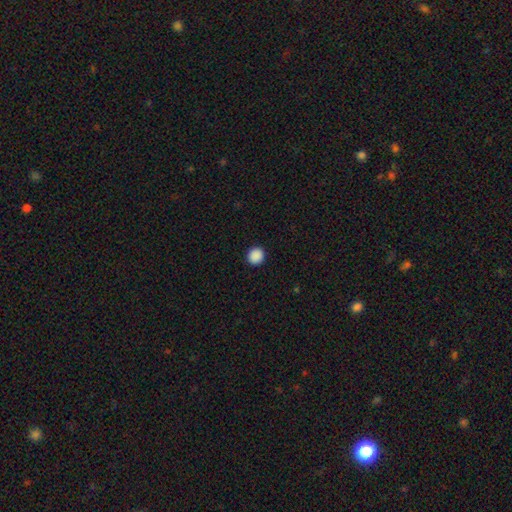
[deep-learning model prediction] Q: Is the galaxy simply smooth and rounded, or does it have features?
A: smooth — 89%.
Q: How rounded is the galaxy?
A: round — 93%.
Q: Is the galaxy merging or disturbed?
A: none — 93%.